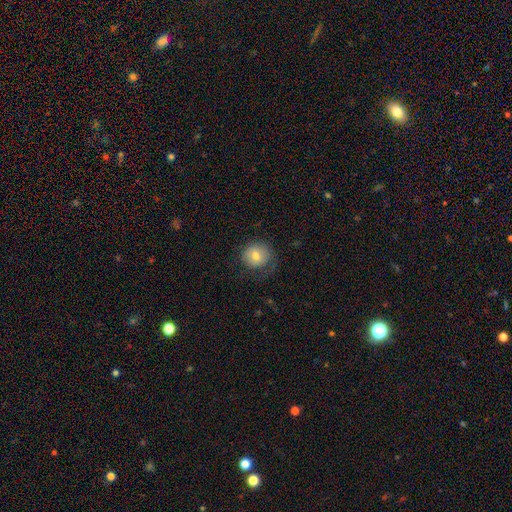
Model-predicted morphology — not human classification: The model was most divided on "merging": none: 63%, minor disturbance: 20%, major disturbance: 15%, merger: 1%. More confident: how rounded — round (86%); smooth or featured — smooth (74%).